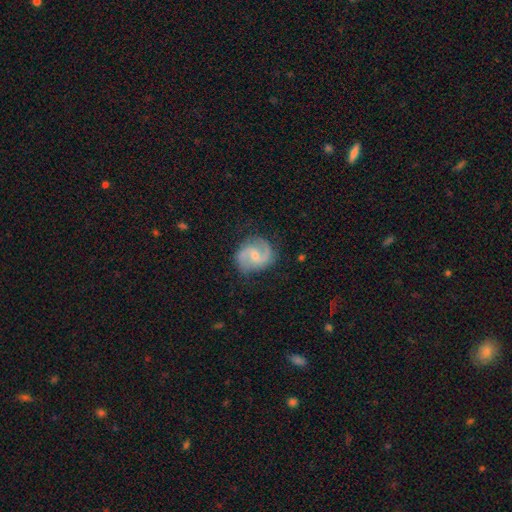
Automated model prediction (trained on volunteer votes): smooth-or-featured: featured or disk: 86% | smooth: 9% | star or artifact: 5%
  disk-edge-on: no: 98% | yes: 2%
    bar: weak: 52% | no: 37% | strong: 12%
    has-spiral-arms: yes: 97% | no: 3%
      spiral-winding: medium: 56% | loose: 27% | tight: 18%
      spiral-arm-count: 2: 92% | can't tell: 3% | 1: 2% | 3: 1% | 4: 1% | more than 4: 1%
    bulge-size: small: 49% | moderate: 45% | none: 4% | large: 2% | dominant: 1%
  merging: none: 81% | minor disturbance: 14% | major disturbance: 4% | merger: 1%